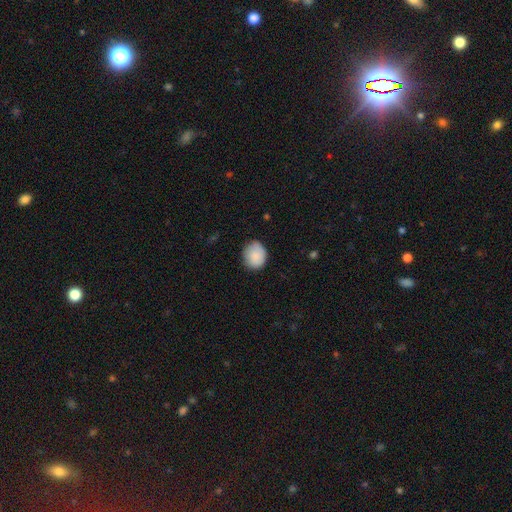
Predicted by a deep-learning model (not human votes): A smooth galaxy with no disk features (86%) that is round (69%). Merging: none (77%).